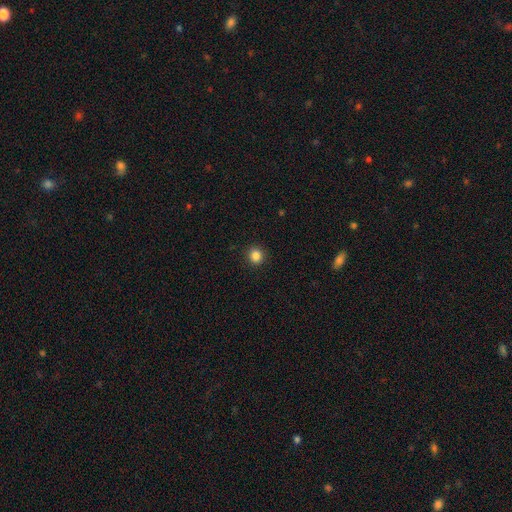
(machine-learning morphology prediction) Q: Smooth or featured?
A: smooth (85%); runner-up: star or artifact (11%)
Q: How rounded?
A: round (91%); runner-up: in between (8%)
Q: Merging?
A: none (92%); runner-up: minor disturbance (5%)